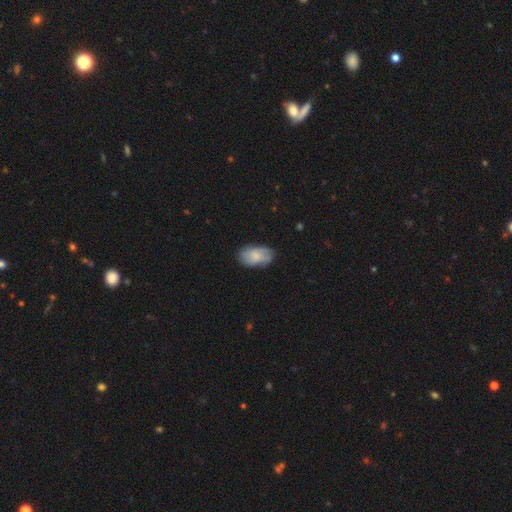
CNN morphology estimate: smooth 64%, featured or disk 29%, star or artifact 7%. Down the decision tree: how rounded — in between (93%); merging — none (72%).